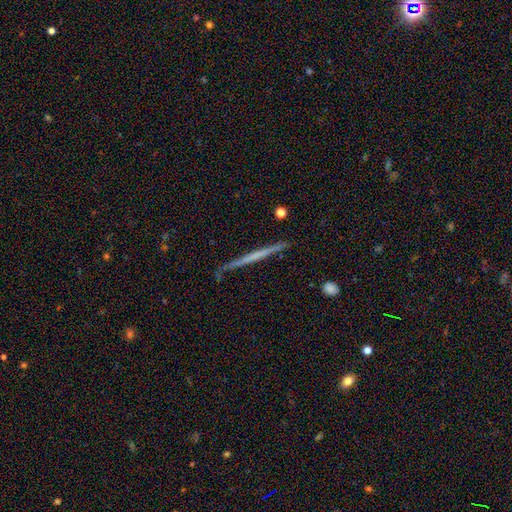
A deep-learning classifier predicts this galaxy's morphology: The model was most divided on "smooth or featured": featured or disk: 59%, smooth: 35%, star or artifact: 6%. More confident: edge-on disk — yes (97%); edge-on bulge — none (86%); merging — none (86%).